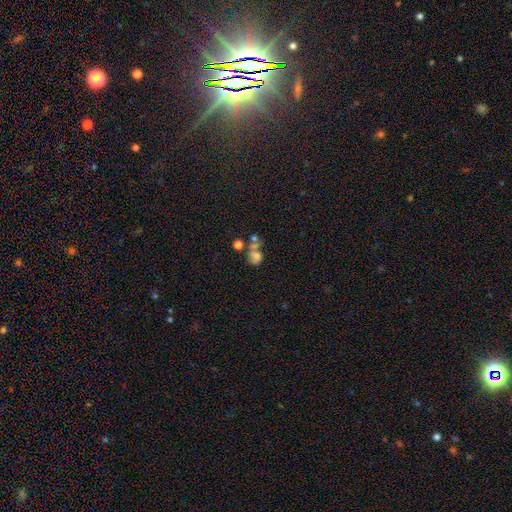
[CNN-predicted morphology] Overall: smooth (50%; featured or disk 32%). How rounded: in between (54%; round 45%). Merging: merger (36%; none 28%).